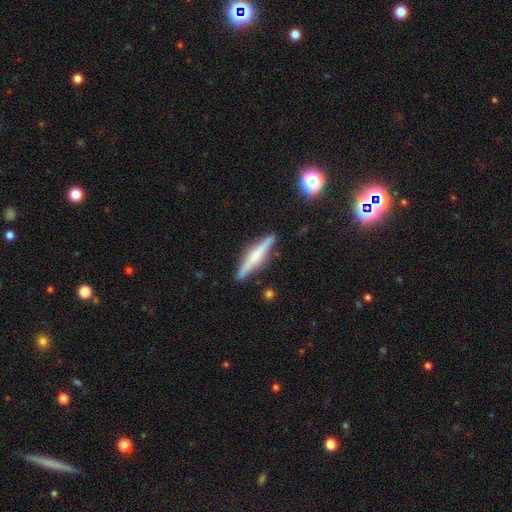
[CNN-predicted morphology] The model was most divided on "smooth or featured": featured or disk: 60%, smooth: 34%, star or artifact: 7%. More confident: edge-on disk — yes (97%); merging — none (87%); edge-on bulge — rounded (66%).